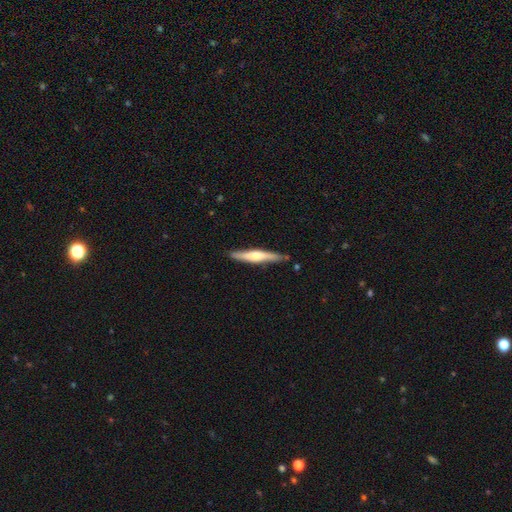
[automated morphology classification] featured or disk 52%, smooth 43%, star or artifact 5%. Down the decision tree: edge-on disk — yes (94%); merging — none (83%).